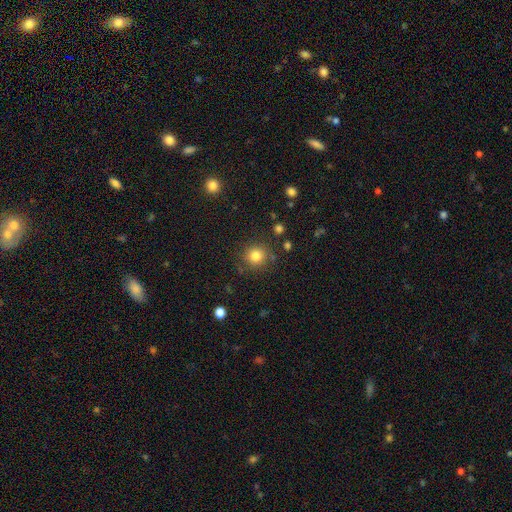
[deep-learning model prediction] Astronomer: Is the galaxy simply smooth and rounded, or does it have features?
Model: smooth — 82%.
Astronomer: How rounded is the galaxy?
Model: round — 91%.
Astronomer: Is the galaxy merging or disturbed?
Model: none — 84%.